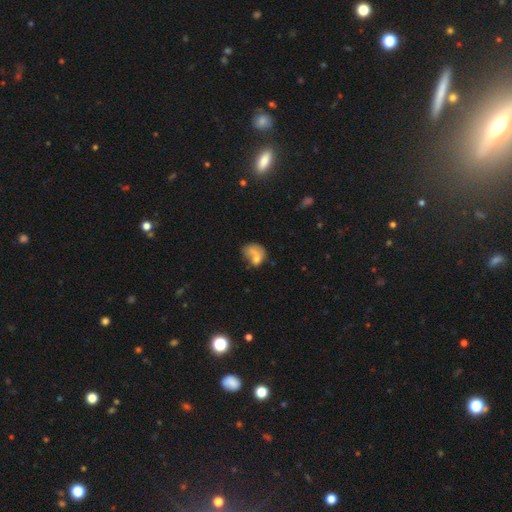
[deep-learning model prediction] This is likely a smooth galaxy (62%). How rounded: likely in between (60%). Merging: marginally none (27%).